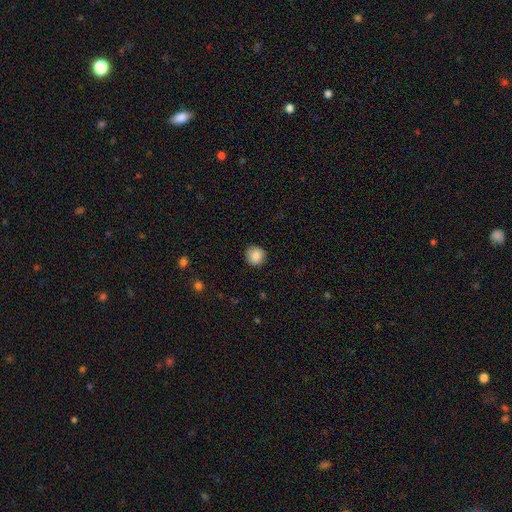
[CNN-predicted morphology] A smooth galaxy with no disk features (87%) that is round (93%).

Vote fractions:
- Smooth or featured? smooth: 87% / star or artifact: 9% / featured or disk: 5%
- How rounded? round: 93% / in between: 6% / cigar-shaped: 1%
- Merging? none: 89% / minor disturbance: 8% / major disturbance: 2% / merger: 1%